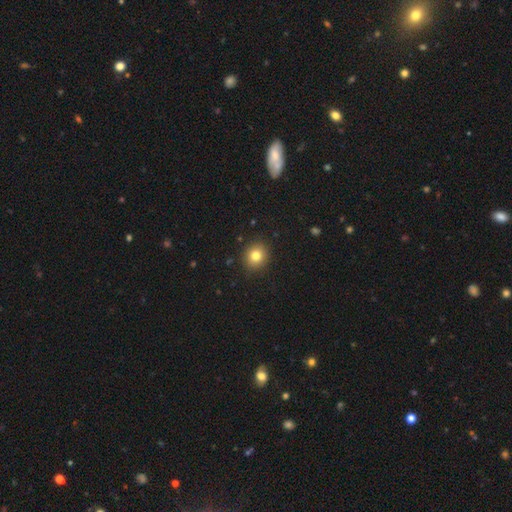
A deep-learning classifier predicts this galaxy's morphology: Smooth or featured?
  - smooth: 80% *
  - star or artifact: 11%
  - featured or disk: 8%
How rounded?
  - round: 81% *
  - in between: 18%
  - cigar-shaped: 1%
Merging?
  - none: 90% *
  - minor disturbance: 7%
  - major disturbance: 2%
  - merger: 1%